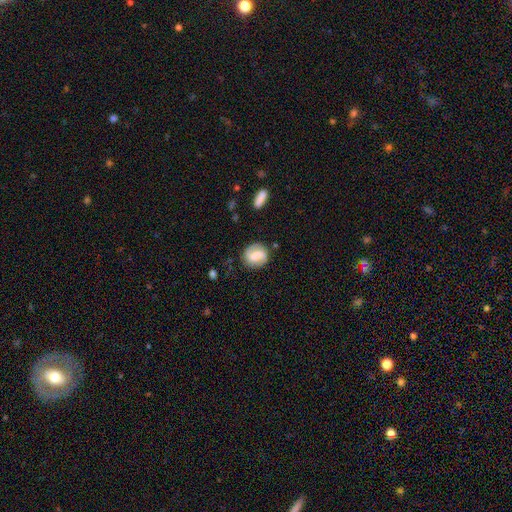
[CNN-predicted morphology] smooth-or-featured: featured or disk: 71% | smooth: 23% | star or artifact: 6%
  disk-edge-on: no: 97% | yes: 3%
    bar: weak: 49% | no: 27% | strong: 24%
    has-spiral-arms: yes: 91% | no: 9%
      spiral-winding: medium: 45% | loose: 33% | tight: 22%
      spiral-arm-count: 2: 90% | can't tell: 4% | 1: 3% | 3: 1% | 4: 1% | more than 4: 1%
    bulge-size: moderate: 59% | small: 23% | large: 11% | none: 5% | dominant: 2%
  merging: none: 83% | minor disturbance: 12% | major disturbance: 3% | merger: 2%